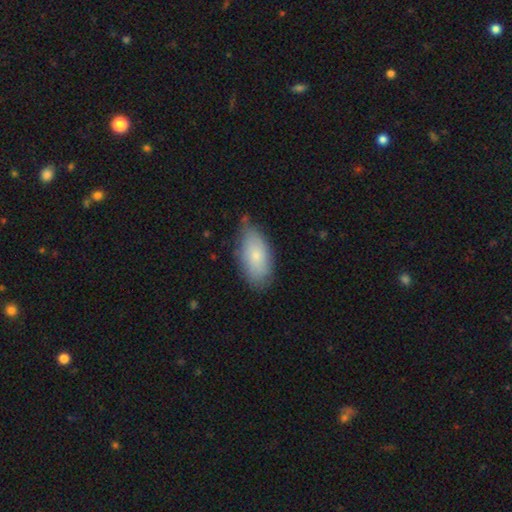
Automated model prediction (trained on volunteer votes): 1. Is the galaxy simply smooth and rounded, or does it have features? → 76% smooth, 18% featured or disk, 6% star or artifact.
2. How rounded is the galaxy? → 92% in between, 5% cigar-shaped, 3% round.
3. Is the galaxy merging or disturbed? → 68% none, 25% minor disturbance, 4% major disturbance, 2% merger.